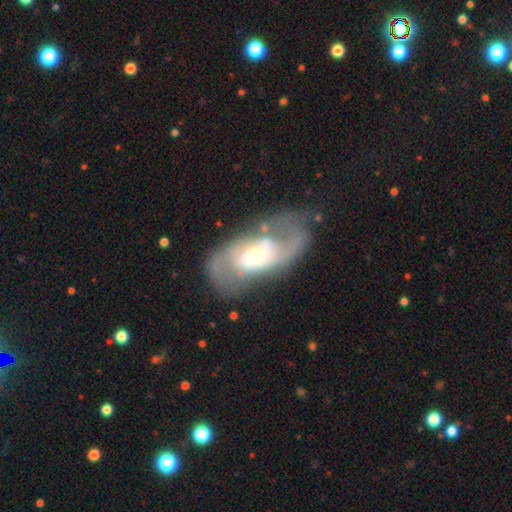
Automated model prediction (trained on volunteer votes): A featured or disk galaxy (82%) with no bar (60%), 2 (79%) medium (46%) spiral arms (90%) and a small central bulge (54%).

Vote fractions:
- Smooth or featured? featured or disk: 82% / smooth: 12% / star or artifact: 6%
- Edge-on disk? no: 95% / yes: 5%
- Bar? no: 60% / weak: 30% / strong: 11%
- Spiral arms? yes: 90% / no: 10%
- Spiral winding? medium: 46% / loose: 27% / tight: 26%
- Spiral arm count? 2: 79% / can't tell: 10% / 1: 6% / 3: 2% / 4: 1% / more than 4: 1%
- Bulge size? small: 54% / moderate: 38% / large: 6% / dominant: 2% / none: 1%
- Merging? none: 62% / minor disturbance: 18% / major disturbance: 16% / merger: 5%